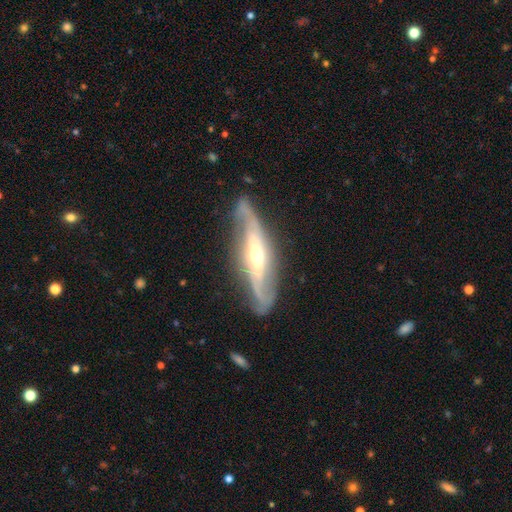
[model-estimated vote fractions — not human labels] Smooth or featured? featured or disk (81%)
Edge-on disk? no (56%)
Merging? none (71%)